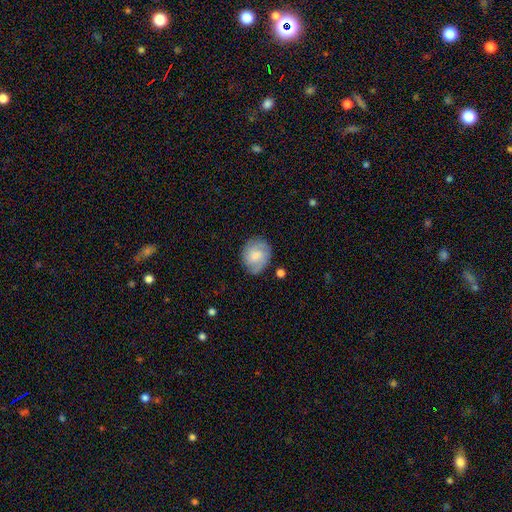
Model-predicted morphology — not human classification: smooth-or-featured: smooth: 52% | featured or disk: 41% | star or artifact: 7%
  how-rounded: round: 54% | in between: 45% | cigar-shaped: 1%
  merging: none: 73% | minor disturbance: 19% | major disturbance: 6% | merger: 2%